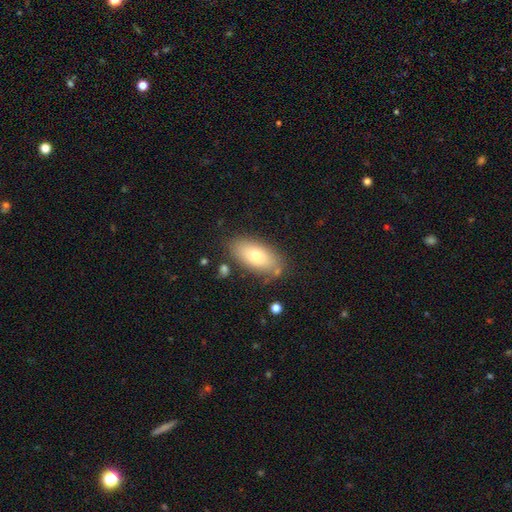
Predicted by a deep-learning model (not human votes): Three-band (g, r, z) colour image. It shows a smooth galaxy with no disk features (74%) that is in between round and cigar-shaped (90%). Merging: none (78%).